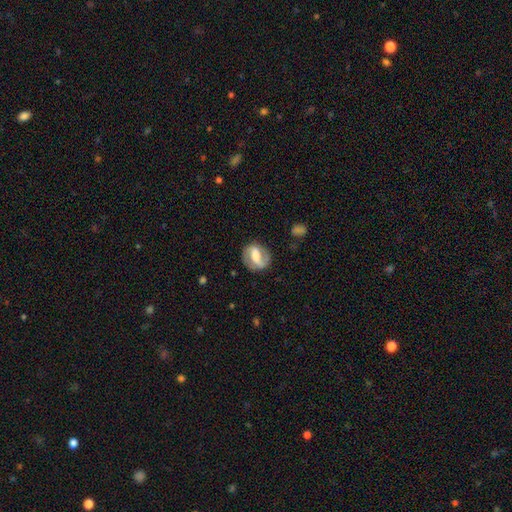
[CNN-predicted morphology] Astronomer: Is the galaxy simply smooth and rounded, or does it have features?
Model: featured or disk — 75%.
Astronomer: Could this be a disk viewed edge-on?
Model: no — 96%.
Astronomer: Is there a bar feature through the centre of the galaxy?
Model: strong — 54% (runner-up: weak, 33%).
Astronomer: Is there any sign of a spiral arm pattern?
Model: yes — 84%.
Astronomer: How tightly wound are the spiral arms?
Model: medium — 46% (runner-up: tight, 28%).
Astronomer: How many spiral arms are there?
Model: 2 — 87%.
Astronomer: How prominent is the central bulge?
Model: moderate — 52%.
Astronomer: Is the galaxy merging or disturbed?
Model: none — 80%.